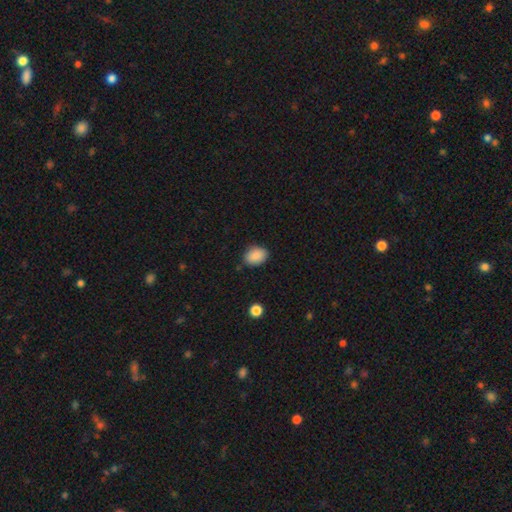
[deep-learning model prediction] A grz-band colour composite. It shows a smooth galaxy with no disk features (89%) that is in between round and cigar-shaped (70%). Merging: none (84%).